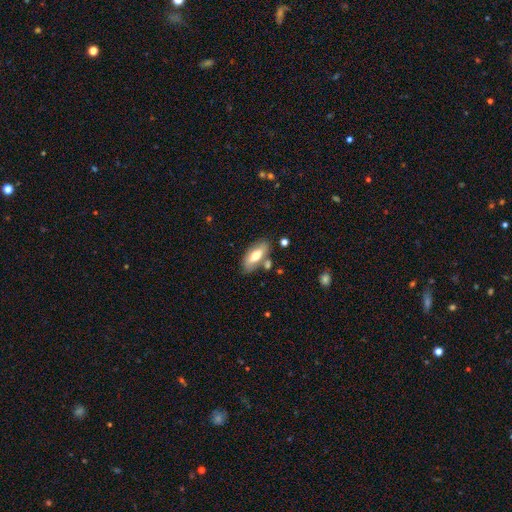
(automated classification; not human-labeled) smooth_or_featured: smooth (p=0.62) [alt: featured or disk p=0.31]
how_rounded: in between (p=0.82) [alt: cigar-shaped p=0.15]
merging: none (p=0.73) [alt: minor disturbance p=0.14]